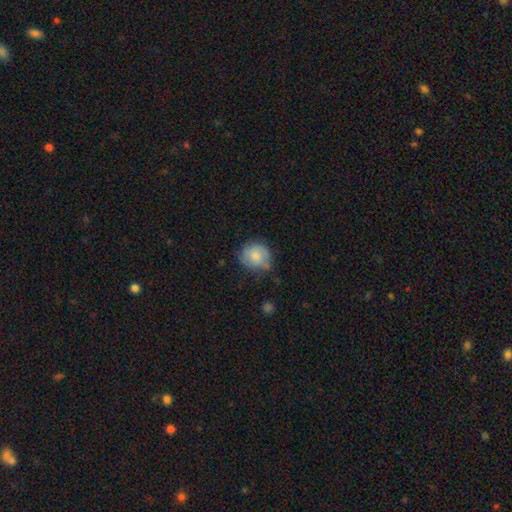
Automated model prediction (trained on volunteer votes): Morphology: type=smooth (62%); roundness=round (80%); merging=none (64%).